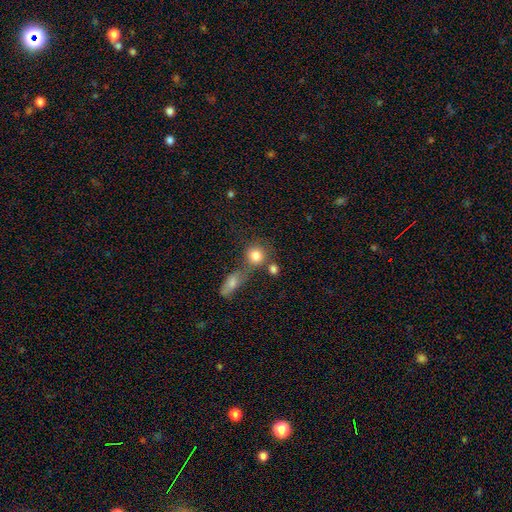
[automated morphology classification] type=smooth (82%); roundness=round (83%); merging=none (53%).